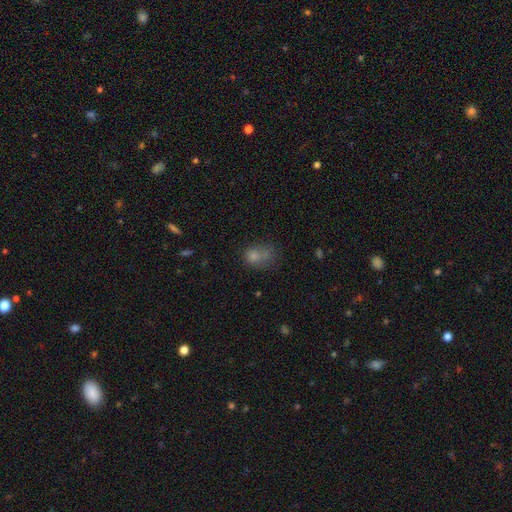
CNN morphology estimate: A smooth galaxy with no disk features (72%) that is in between round and cigar-shaped (56%).

Vote fractions:
- Smooth or featured? smooth: 72% / star or artifact: 14% / featured or disk: 14%
- How rounded? in between: 56% / round: 43% / cigar-shaped: 1%
- Merging? none: 30% / merger: 28% / minor disturbance: 21% / major disturbance: 21%